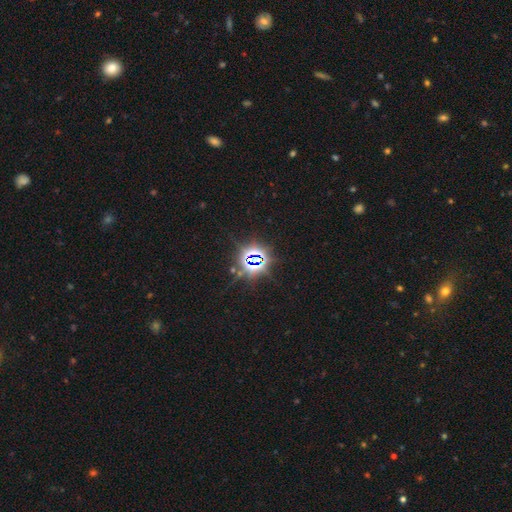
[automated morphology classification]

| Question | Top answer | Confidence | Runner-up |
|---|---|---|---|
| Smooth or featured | star or artifact | 83% | smooth (10%) |